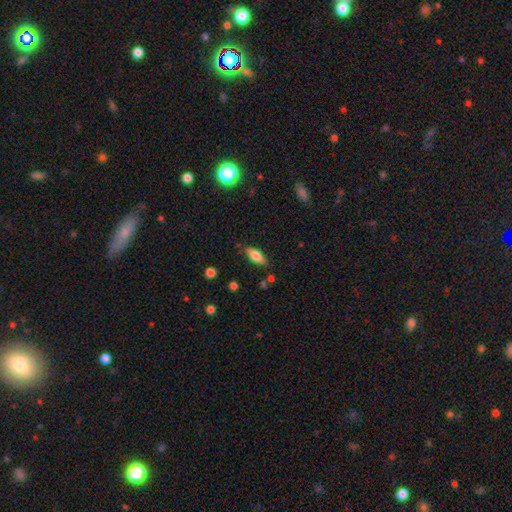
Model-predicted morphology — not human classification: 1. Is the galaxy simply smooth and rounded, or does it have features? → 73% smooth, 20% featured or disk, 7% star or artifact.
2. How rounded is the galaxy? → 80% in between, 17% cigar-shaped, 3% round.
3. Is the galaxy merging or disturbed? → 82% none, 13% minor disturbance, 3% major disturbance, 3% merger.